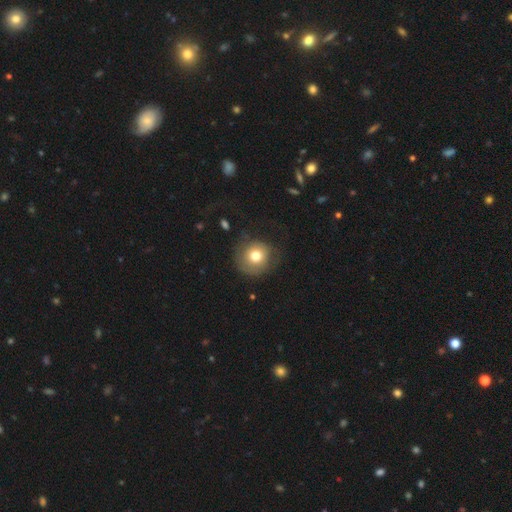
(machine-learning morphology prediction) smooth-or-featured: smooth: 71% | featured or disk: 20% | star or artifact: 9%
  how-rounded: round: 89% | in between: 10% | cigar-shaped: 1%
  merging: none: 63% | minor disturbance: 20% | major disturbance: 15% | merger: 2%